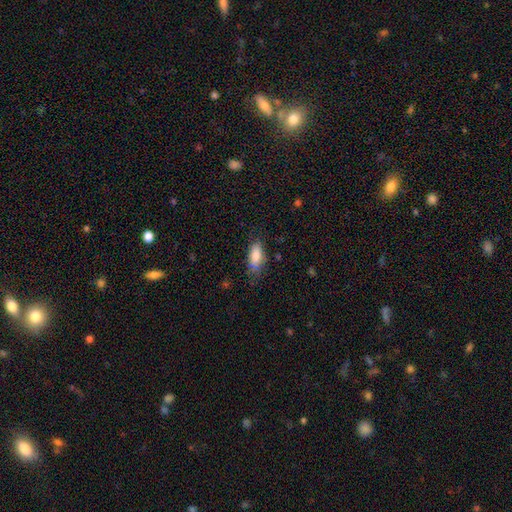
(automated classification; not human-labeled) Morphology: type=smooth (82%); roundness=in between (75%); merging=none (70%).